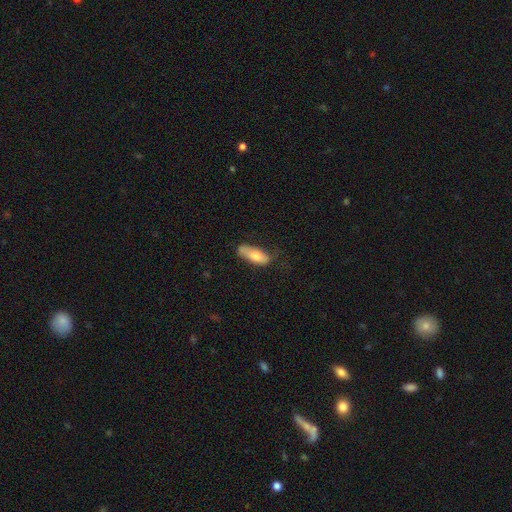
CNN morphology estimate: The model was most divided on "merging": none: 52%, minor disturbance: 32%, major disturbance: 12%, merger: 3%. More confident: smooth or featured — smooth (73%); how rounded — in between (71%).